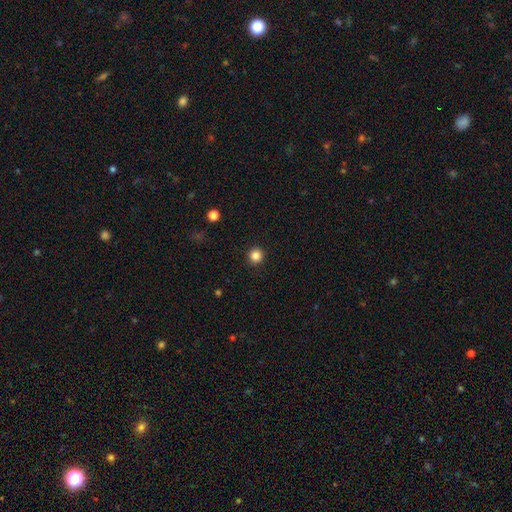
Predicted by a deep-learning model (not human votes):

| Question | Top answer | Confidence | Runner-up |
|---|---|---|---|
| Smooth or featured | smooth | 84% | star or artifact (12%) |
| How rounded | round | 95% | in between (4%) |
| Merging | none | 93% | minor disturbance (4%) |